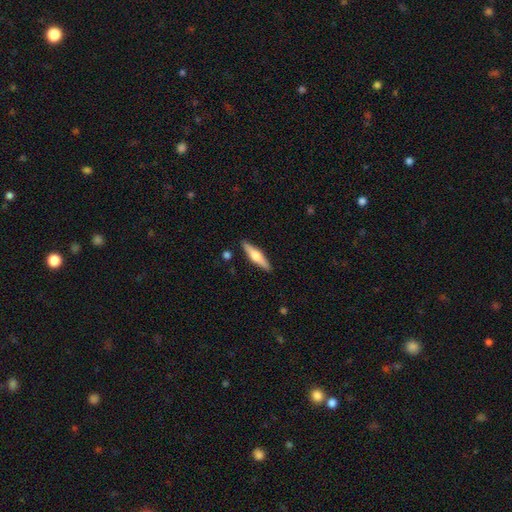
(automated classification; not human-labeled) Smooth or featured: featured or disk — 54% (smooth — 41%)
Edge-on disk: yes — 95% (no — 5%)
Edge-on bulge: rounded — 92% (boxy — 5%)
Merging: none — 89% (minor disturbance — 7%)